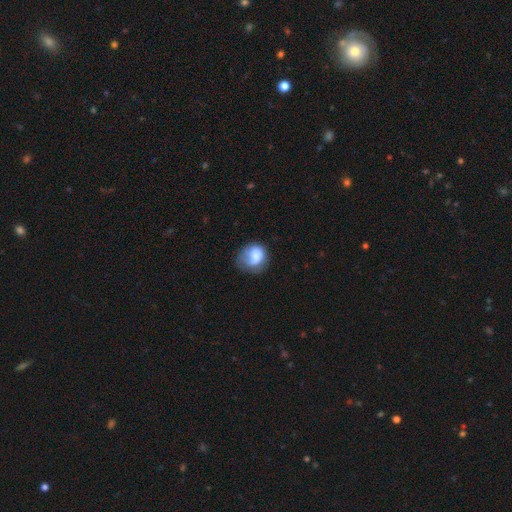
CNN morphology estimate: The model was most divided on "merging": none: 42%, minor disturbance: 30%, major disturbance: 25%, merger: 3%. More confident: smooth or featured — smooth (69%); how rounded — round (66%).